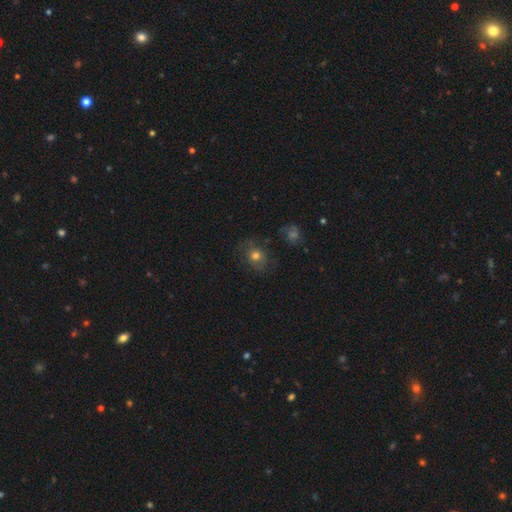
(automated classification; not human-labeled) A smooth galaxy with no disk features (68%) that is round (69%).

Vote fractions:
- Smooth or featured? smooth: 68% / featured or disk: 18% / star or artifact: 14%
- How rounded? round: 69% / in between: 30% / cigar-shaped: 1%
- Merging? none: 68% / minor disturbance: 20% / major disturbance: 9% / merger: 3%